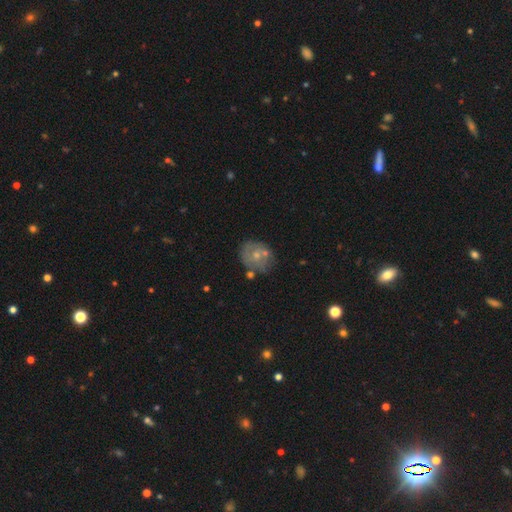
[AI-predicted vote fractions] Smooth or featured: smooth — 50% (featured or disk — 41%)
Merging: none — 57% (minor disturbance — 21%)